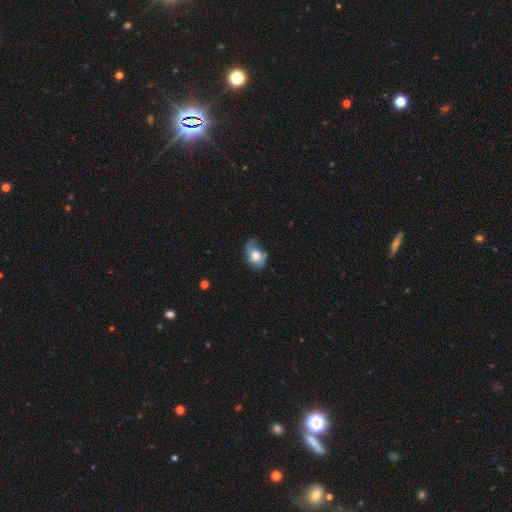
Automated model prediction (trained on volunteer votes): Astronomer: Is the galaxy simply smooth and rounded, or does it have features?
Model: smooth — 51% (runner-up: featured or disk, 42%).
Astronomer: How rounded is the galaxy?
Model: in between — 65%.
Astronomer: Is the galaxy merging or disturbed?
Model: none — 34% (runner-up: major disturbance, 31%).